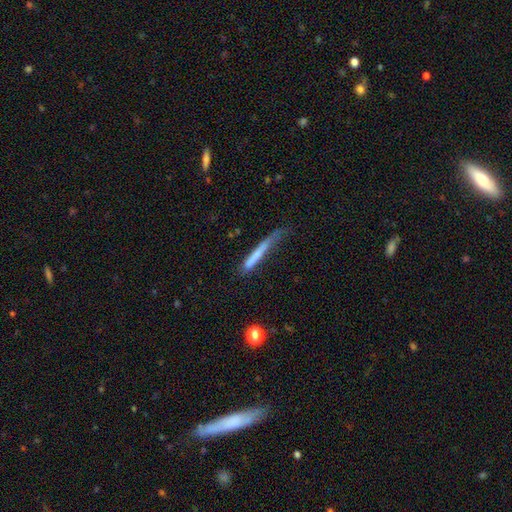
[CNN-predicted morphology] Smooth or featured?
  - smooth: 65% *
  - featured or disk: 27%
  - star or artifact: 7%
How rounded?
  - cigar-shaped: 95% *
  - in between: 3%
  - round: 2%
Merging?
  - none: 50% *
  - minor disturbance: 29%
  - major disturbance: 18%
  - merger: 4%